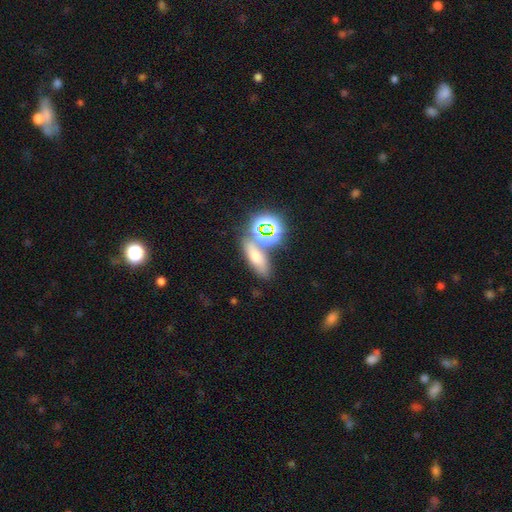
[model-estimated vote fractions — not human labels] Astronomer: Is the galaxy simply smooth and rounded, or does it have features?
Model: smooth — 58%.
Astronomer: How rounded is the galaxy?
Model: in between — 50% (runner-up: cigar-shaped, 26%).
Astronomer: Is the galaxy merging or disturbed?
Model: none — 62%.